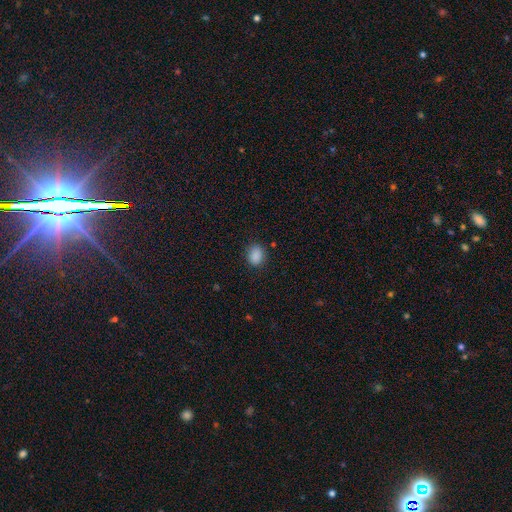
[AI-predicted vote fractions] Morphology: type=smooth (88%); roundness=in between (54%); merging=none (84%).